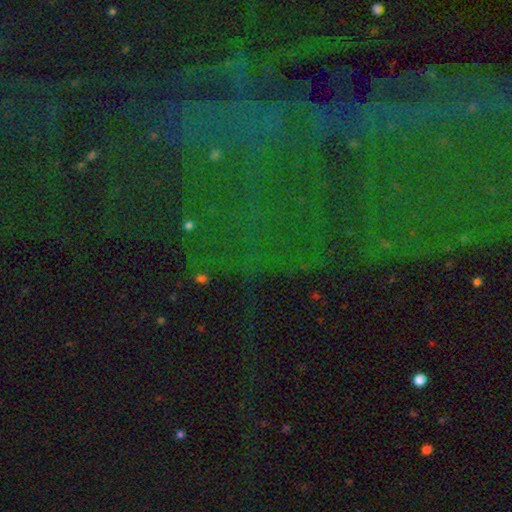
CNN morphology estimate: Smooth or featured?
  - star or artifact: 79% *
  - featured or disk: 11%
  - smooth: 10%